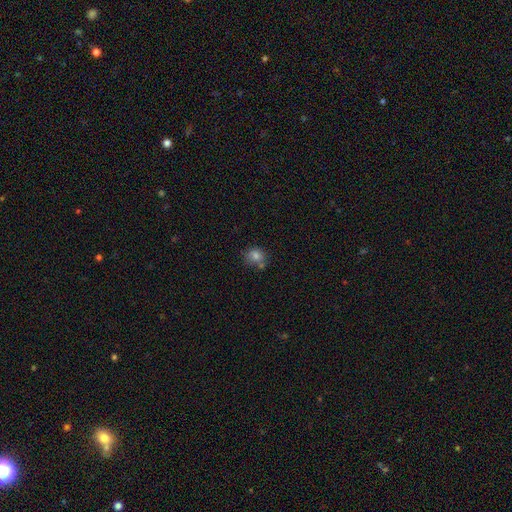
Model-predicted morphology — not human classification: Smooth or featured? smooth (79%)
How rounded? round (76%)
Merging? none (54%)